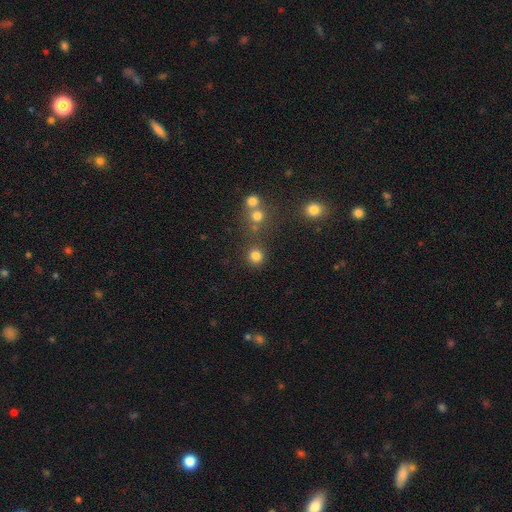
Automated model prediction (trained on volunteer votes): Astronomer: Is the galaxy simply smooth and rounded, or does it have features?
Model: smooth — 79%.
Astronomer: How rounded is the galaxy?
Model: round — 92%.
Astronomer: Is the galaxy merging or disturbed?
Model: none — 80%.